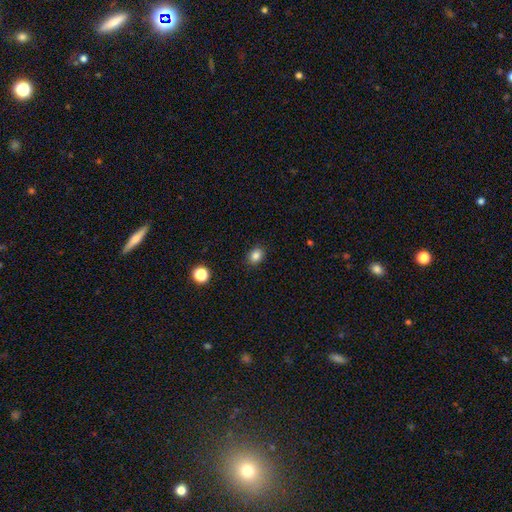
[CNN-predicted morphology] Overall: smooth (84%). How rounded: in between (50%; round 49%). Merging: none (89%).